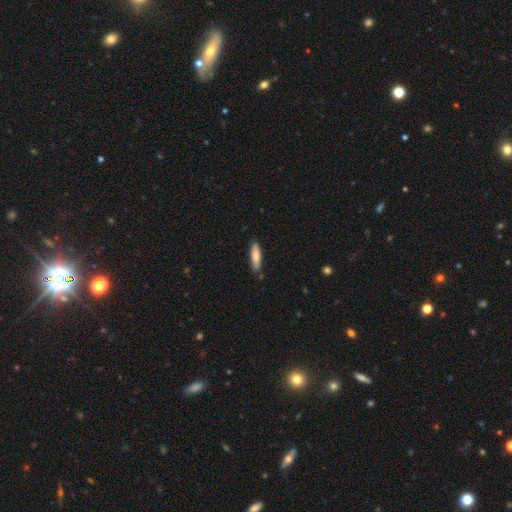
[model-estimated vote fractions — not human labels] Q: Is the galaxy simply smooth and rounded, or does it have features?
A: smooth — 79%.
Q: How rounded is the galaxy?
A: cigar-shaped — 67%.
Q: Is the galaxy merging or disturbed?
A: none — 80%.